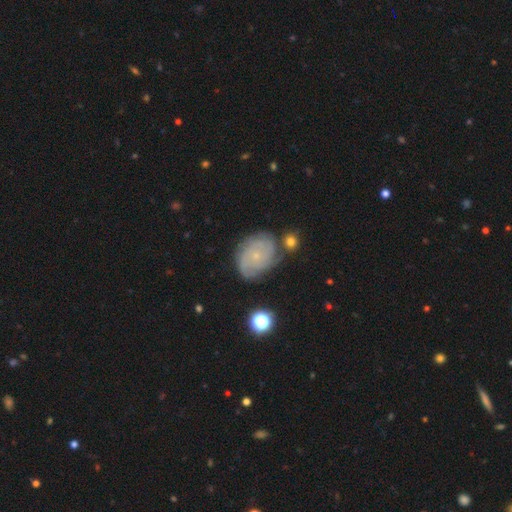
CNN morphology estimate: A featured or disk galaxy (73%) with no bar (80%), tight (63%) spiral arms (93%) and a small central bulge (84%).

Vote fractions:
- Smooth or featured? featured or disk: 73% / smooth: 18% / star or artifact: 8%
- Edge-on disk? no: 97% / yes: 3%
- Bar? no: 80% / weak: 17% / strong: 3%
- Spiral arms? yes: 93% / no: 7%
- Spiral winding? tight: 63% / medium: 28% / loose: 9%
- Spiral arm count? can't tell: 34% / 3: 23% / 2: 21% / 4: 11% / more than 4: 6% / 1: 6%
- Bulge size? small: 84% / moderate: 11% / none: 3% / large: 1% / dominant: 1%
- Merging? none: 67% / minor disturbance: 20% / major disturbance: 6% / merger: 6%